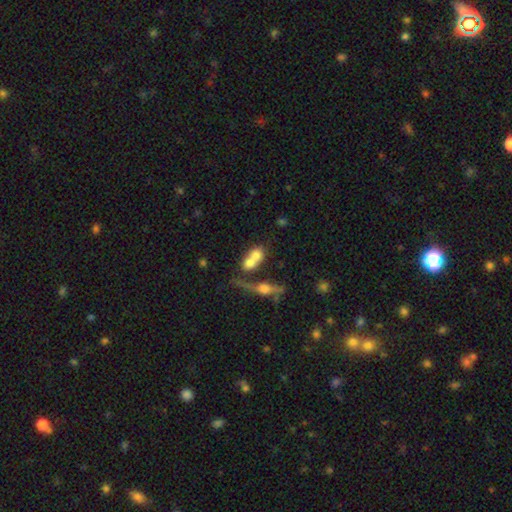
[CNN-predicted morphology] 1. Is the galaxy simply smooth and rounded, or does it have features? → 65% smooth, 25% featured or disk, 10% star or artifact.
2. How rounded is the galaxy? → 51% in between, 43% round, 6% cigar-shaped.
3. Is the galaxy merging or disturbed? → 67% merger, 21% none, 7% minor disturbance, 5% major disturbance.